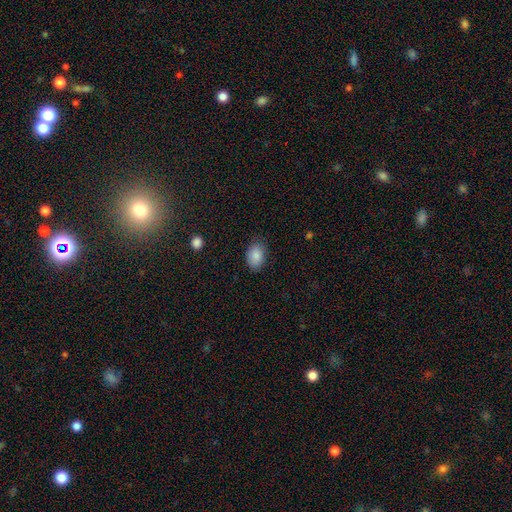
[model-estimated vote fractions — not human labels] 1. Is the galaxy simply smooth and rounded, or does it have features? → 87% smooth, 7% star or artifact, 5% featured or disk.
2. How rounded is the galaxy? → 85% in between, 14% round, 1% cigar-shaped.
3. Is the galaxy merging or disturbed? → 81% none, 15% minor disturbance, 3% major disturbance, 1% merger.